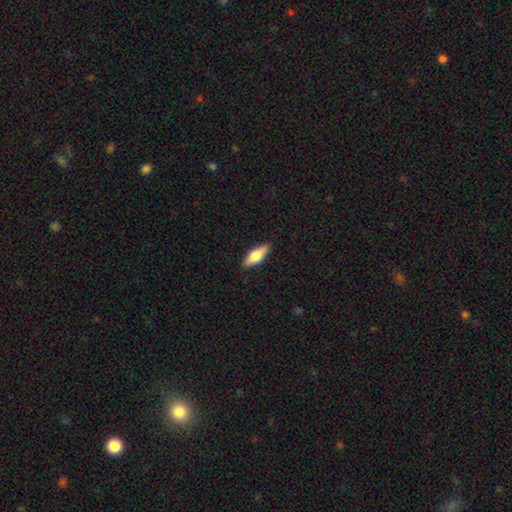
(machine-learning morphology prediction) This appears to be a smooth galaxy with no disk features (53%) that is in between round and cigar-shaped (63%). Merging: none (88%).